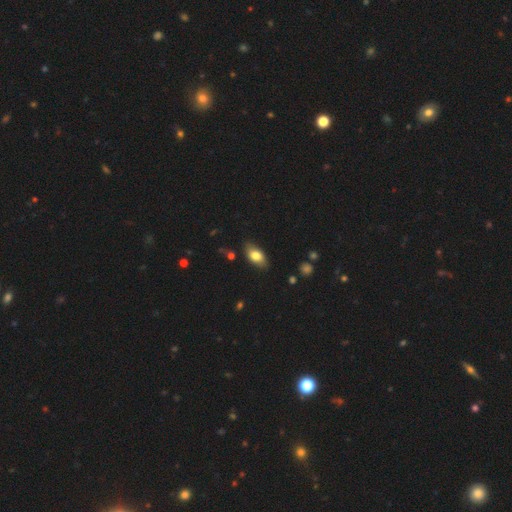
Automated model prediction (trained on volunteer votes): Q: Smooth or featured?
A: smooth (77%); runner-up: featured or disk (16%)
Q: How rounded?
A: in between (89%); runner-up: round (6%)
Q: Merging?
A: none (81%); runner-up: minor disturbance (14%)